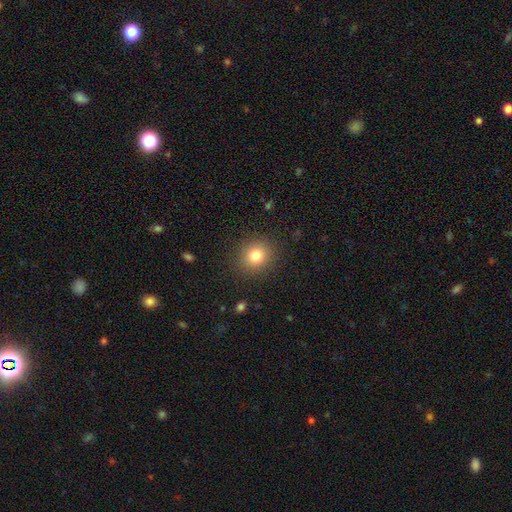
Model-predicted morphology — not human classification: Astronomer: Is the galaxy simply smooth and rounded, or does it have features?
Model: smooth — 81%.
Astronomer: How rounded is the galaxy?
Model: round — 83%.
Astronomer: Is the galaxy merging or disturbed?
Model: none — 88%.